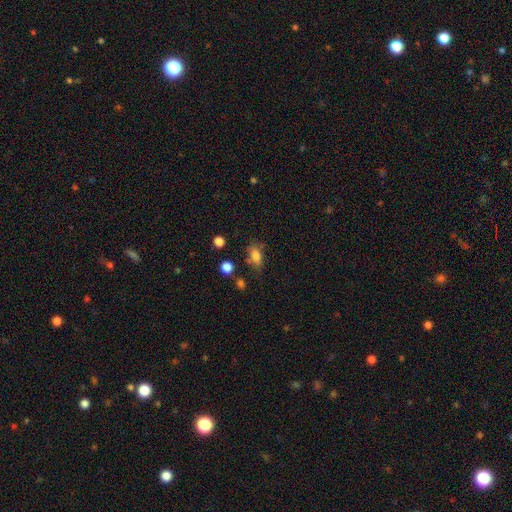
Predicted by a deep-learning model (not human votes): Smooth or featured: smooth — 79% (star or artifact — 11%)
How rounded: in between — 83% (round — 12%)
Merging: none — 63% (minor disturbance — 23%)